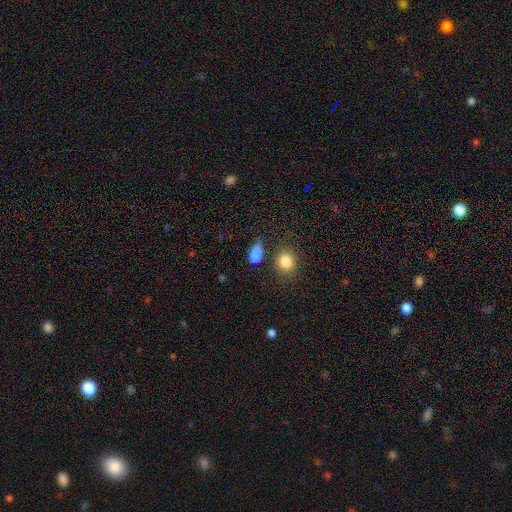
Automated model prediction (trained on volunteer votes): Smooth or featured? smooth (82%)
How rounded? in between (74%)
Merging? none (49%)